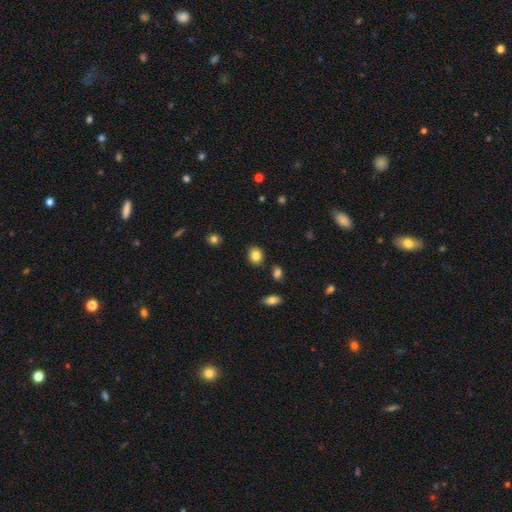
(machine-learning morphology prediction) This is clearly a smooth galaxy (84%). How rounded: likely round (63%). Merging: clearly none (87%).